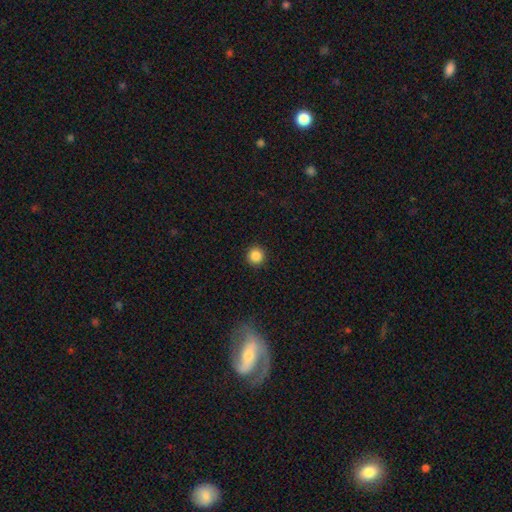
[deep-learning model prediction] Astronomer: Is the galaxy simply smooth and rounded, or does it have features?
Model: smooth — 86%.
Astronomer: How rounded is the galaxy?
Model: round — 95%.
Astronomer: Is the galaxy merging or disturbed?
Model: none — 93%.